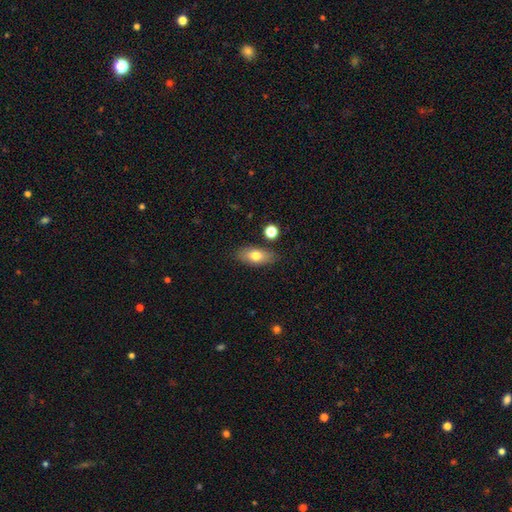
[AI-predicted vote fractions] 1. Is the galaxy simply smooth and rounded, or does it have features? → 74% smooth, 18% featured or disk, 8% star or artifact.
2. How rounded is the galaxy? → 83% in between, 11% cigar-shaped, 6% round.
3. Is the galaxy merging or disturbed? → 82% none, 11% minor disturbance, 4% merger, 3% major disturbance.